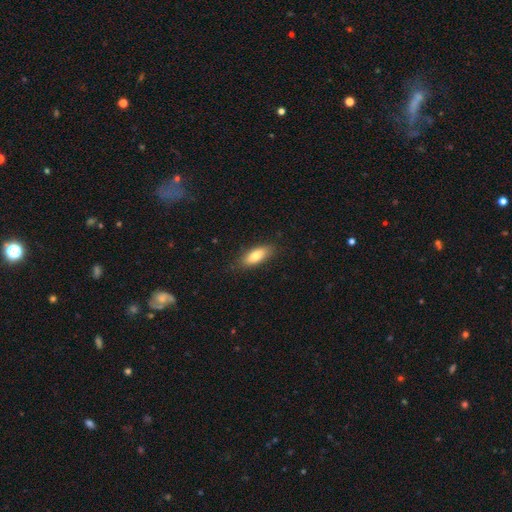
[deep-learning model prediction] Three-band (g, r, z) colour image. It shows a smooth galaxy with no disk features (79%) that is in between round and cigar-shaped (78%). Merging: none (84%).